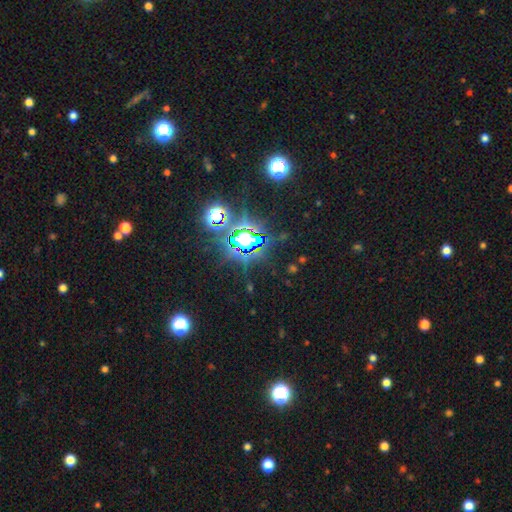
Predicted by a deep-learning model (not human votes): This appears to be a star or artifact, not a galaxy (81%).